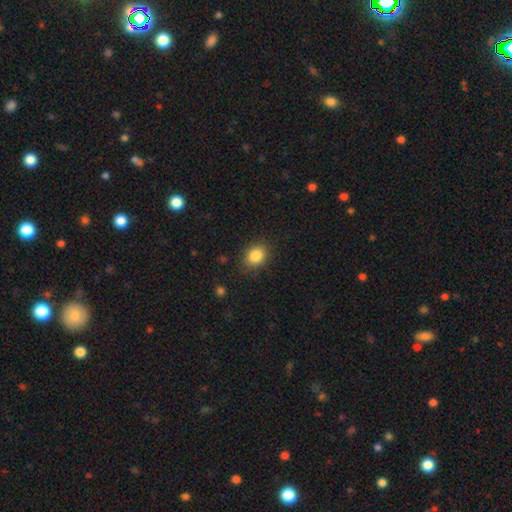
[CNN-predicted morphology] smooth-or-featured: smooth: 86% | star or artifact: 9% | featured or disk: 5%
  how-rounded: round: 52% | in between: 47% | cigar-shaped: 1%
  merging: none: 85% | minor disturbance: 11% | major disturbance: 3% | merger: 1%